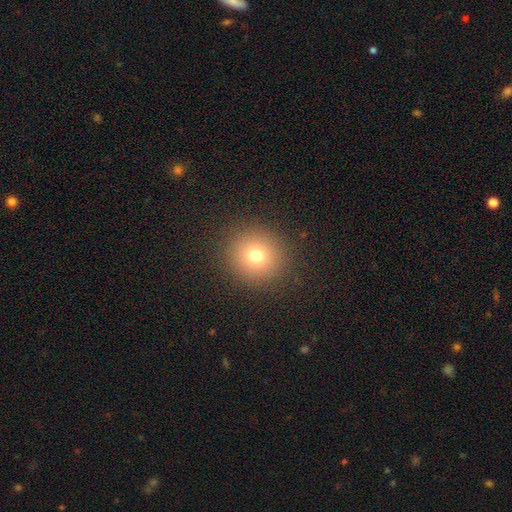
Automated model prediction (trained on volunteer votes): A smooth galaxy with no disk features (74%) that is round (93%). Merging: none (90%).